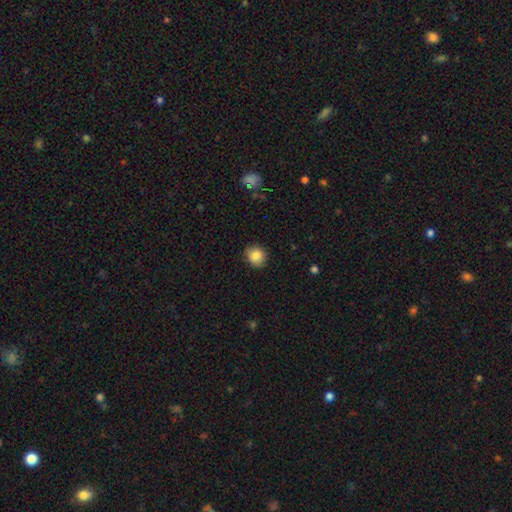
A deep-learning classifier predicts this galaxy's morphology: A smooth galaxy with no disk features (85%) that is round (79%).

Vote fractions:
- Smooth or featured? smooth: 85% / star or artifact: 9% / featured or disk: 6%
- How rounded? round: 79% / in between: 20% / cigar-shaped: 1%
- Merging? none: 87% / minor disturbance: 10% / major disturbance: 2% / merger: 1%